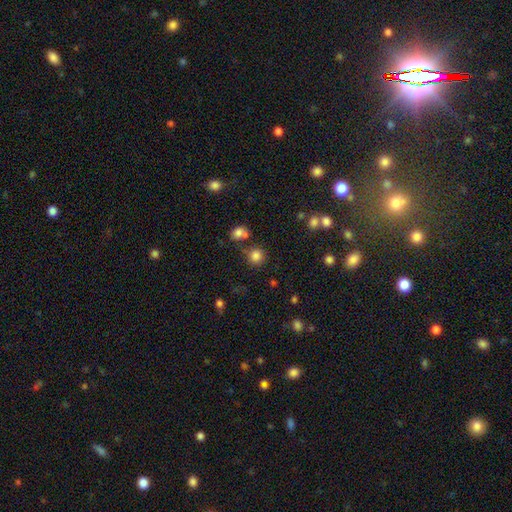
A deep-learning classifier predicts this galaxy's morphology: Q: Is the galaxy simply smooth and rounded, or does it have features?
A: smooth — 82%.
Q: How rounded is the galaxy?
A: round — 90%.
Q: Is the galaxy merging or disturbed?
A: none — 77%.